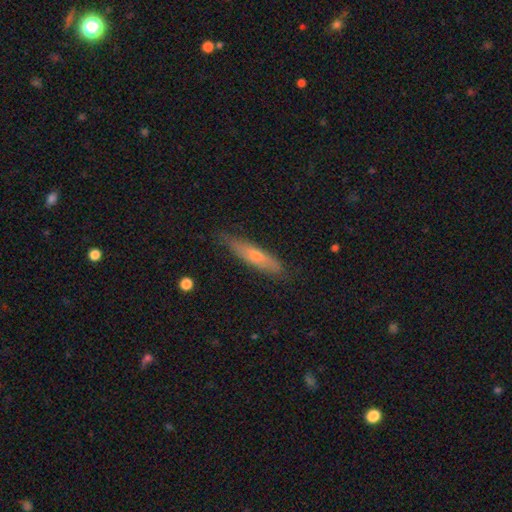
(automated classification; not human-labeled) Q: Smooth or featured?
A: smooth (55%); runner-up: featured or disk (38%)
Q: How rounded?
A: cigar-shaped (83%); runner-up: in between (15%)
Q: Merging?
A: none (78%); runner-up: minor disturbance (18%)